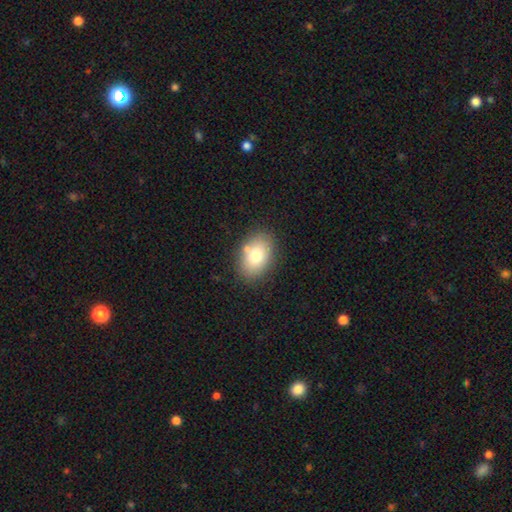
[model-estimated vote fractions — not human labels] This appears to be a smooth galaxy with no disk features (76%) that is in between round and cigar-shaped (83%). Merging: none (79%).